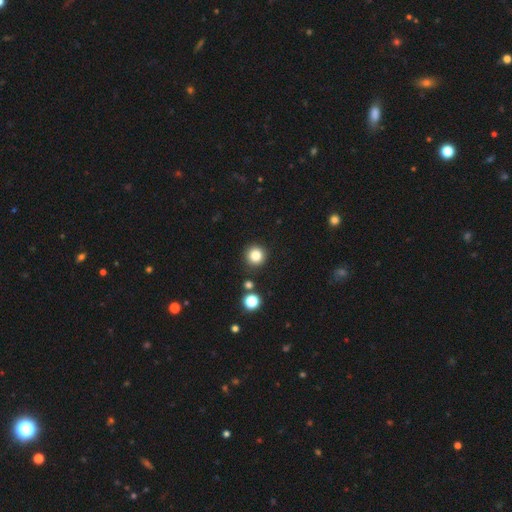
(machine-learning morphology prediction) type=smooth (82%); roundness=round (95%); merging=none (88%).